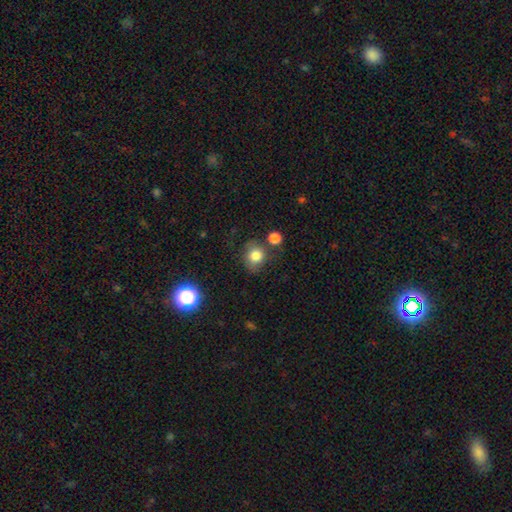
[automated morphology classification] The model was most divided on "how rounded": round: 72%, in between: 27%, cigar-shaped: 1%. More confident: smooth or featured — smooth (79%); merging — none (69%).